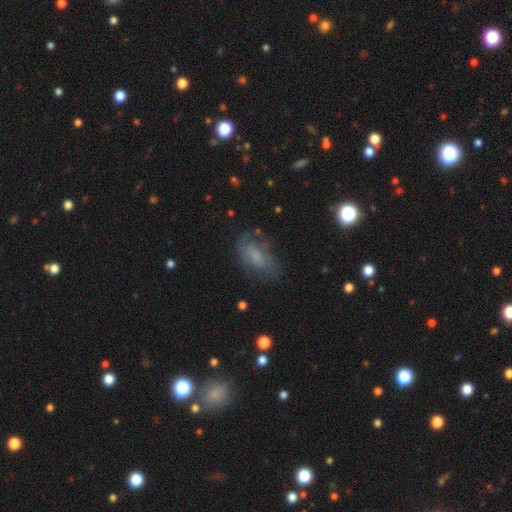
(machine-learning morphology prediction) The model was most divided on "smooth or featured": smooth: 54%, featured or disk: 35%, star or artifact: 11%. More confident: how rounded — in between (86%); merging — none (59%).